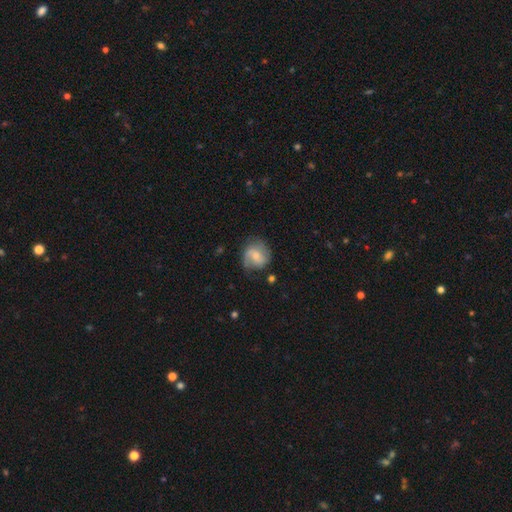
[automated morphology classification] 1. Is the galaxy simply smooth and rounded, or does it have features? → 58% featured or disk, 35% smooth, 7% star or artifact.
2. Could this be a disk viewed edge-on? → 97% no, 3% yes.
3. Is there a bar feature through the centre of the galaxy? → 47% no, 43% weak, 10% strong.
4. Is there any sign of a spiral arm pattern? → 87% yes, 13% no.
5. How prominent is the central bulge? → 49% moderate, 41% small, 5% none, 4% large, 1% dominant.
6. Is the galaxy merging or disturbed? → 67% none, 23% minor disturbance, 9% major disturbance, 2% merger.